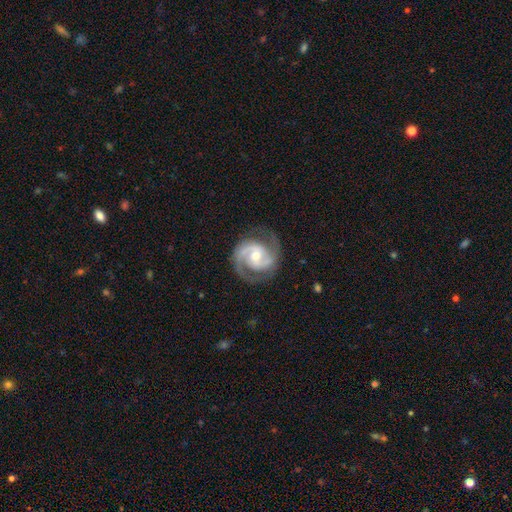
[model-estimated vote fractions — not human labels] This is clearly a featured or disk galaxy (91%). It is clearly not viewed edge-on (98%). Bar: possibly no (49%). Spiral arm pattern: clearly yes (98%). Spiral arm count: clearly 2 (91%). Spiral winding: possibly medium (53%). Central bulge: possibly moderate (58%). Merging: clearly none (80%).